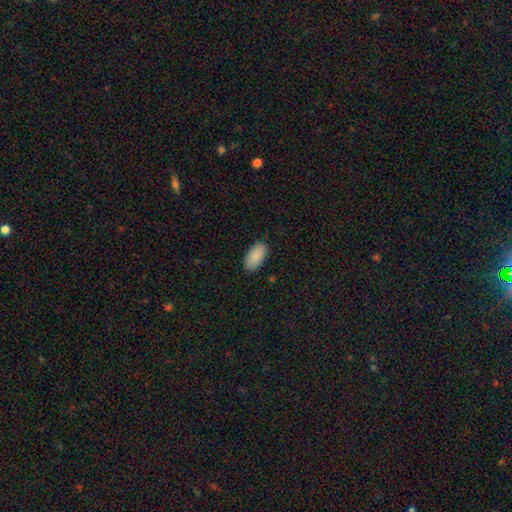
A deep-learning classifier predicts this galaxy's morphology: This is clearly a smooth galaxy (89%). How rounded: clearly in between (95%). Merging: clearly none (87%).